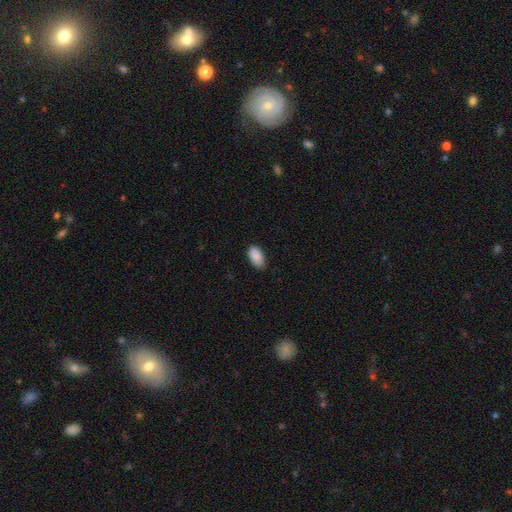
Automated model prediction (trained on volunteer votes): smooth 89%, star or artifact 7%, featured or disk 5%. Down the decision tree: how rounded — in between (95%); merging — none (79%).